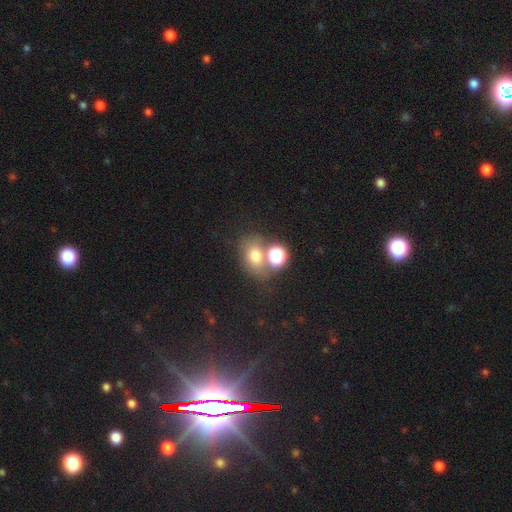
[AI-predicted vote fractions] Q: Smooth or featured?
A: smooth (70%); runner-up: star or artifact (18%)
Q: How rounded?
A: in between (53%); runner-up: round (46%)
Q: Merging?
A: none (50%); runner-up: merger (31%)